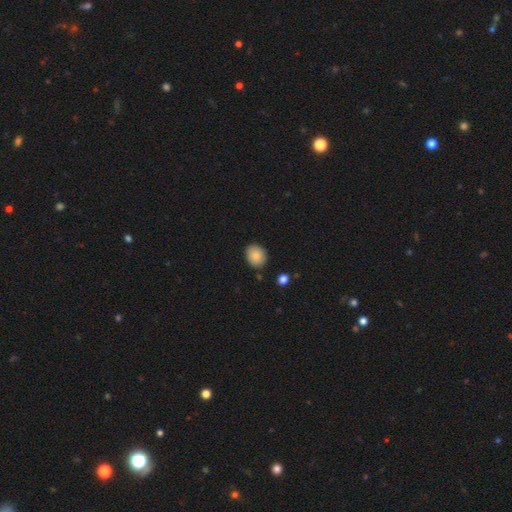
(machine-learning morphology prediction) Smooth or featured?
  - smooth: 84% *
  - star or artifact: 8%
  - featured or disk: 8%
How rounded?
  - round: 57% *
  - in between: 42%
  - cigar-shaped: 1%
Merging?
  - none: 86% *
  - minor disturbance: 10%
  - merger: 2%
  - major disturbance: 2%